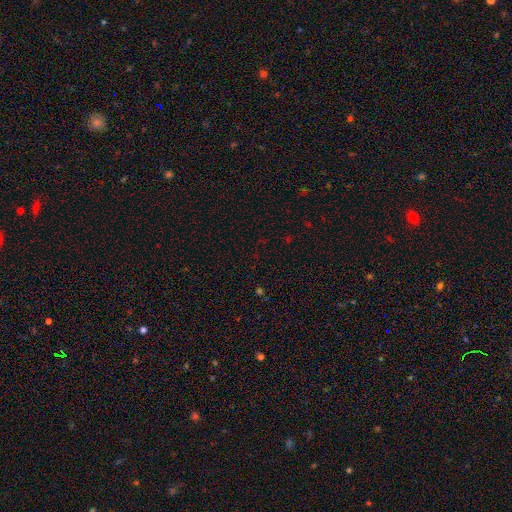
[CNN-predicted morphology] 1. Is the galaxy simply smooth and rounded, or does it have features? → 66% star or artifact, 27% smooth, 7% featured or disk.